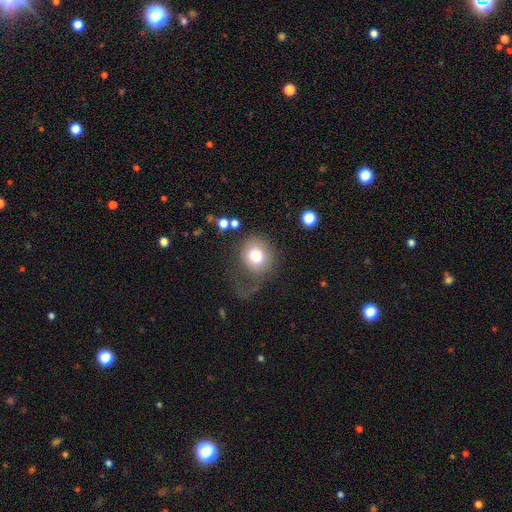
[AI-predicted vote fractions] The model was most divided on "merging": none: 44%, major disturbance: 32%, minor disturbance: 21%, merger: 3%. More confident: smooth or featured — smooth (75%); how rounded — round (73%).